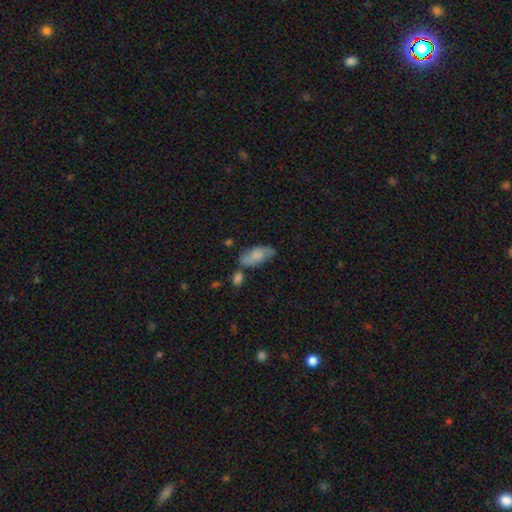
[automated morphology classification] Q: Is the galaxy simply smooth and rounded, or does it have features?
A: smooth — 65%.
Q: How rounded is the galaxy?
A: in between — 87%.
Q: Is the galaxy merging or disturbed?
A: none — 59%.